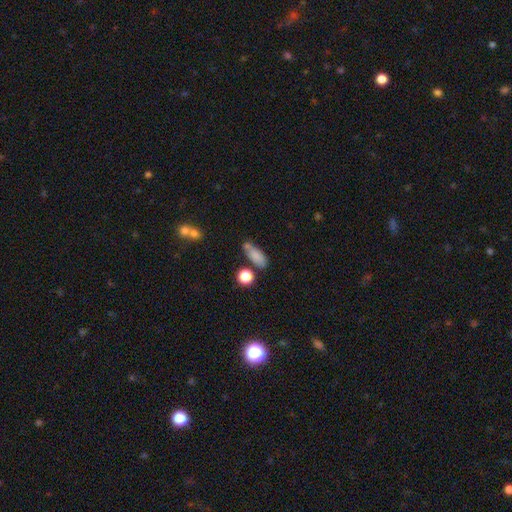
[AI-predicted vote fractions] smooth_or_featured: smooth (p=0.80) [alt: featured or disk p=0.11]
how_rounded: in between (p=0.69) [alt: cigar-shaped p=0.24]
merging: none (p=0.57) [alt: minor disturbance p=0.20]